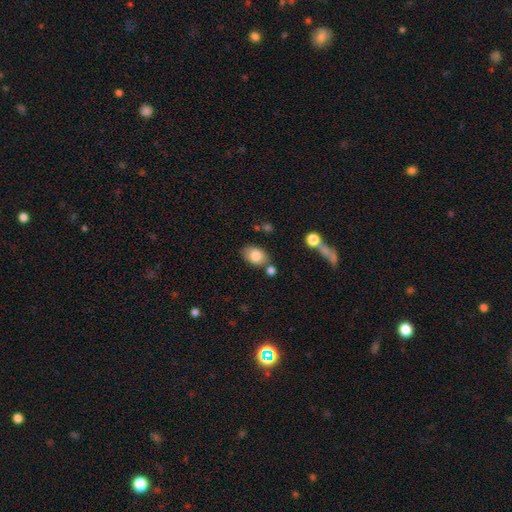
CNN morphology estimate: Smooth or featured: smooth — 80% (featured or disk — 12%)
How rounded: in between — 85% (round — 14%)
Merging: none — 70% (minor disturbance — 15%)